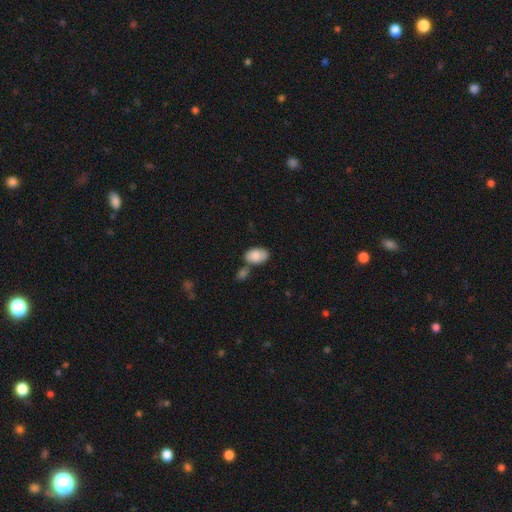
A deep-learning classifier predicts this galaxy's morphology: A smooth galaxy with no disk features (82%) that is in between round and cigar-shaped (91%).

Vote fractions:
- Smooth or featured? smooth: 82% / featured or disk: 12% / star or artifact: 6%
- How rounded? in between: 91% / round: 8% / cigar-shaped: 1%
- Merging? none: 49% / merger: 27% / minor disturbance: 18% / major disturbance: 5%